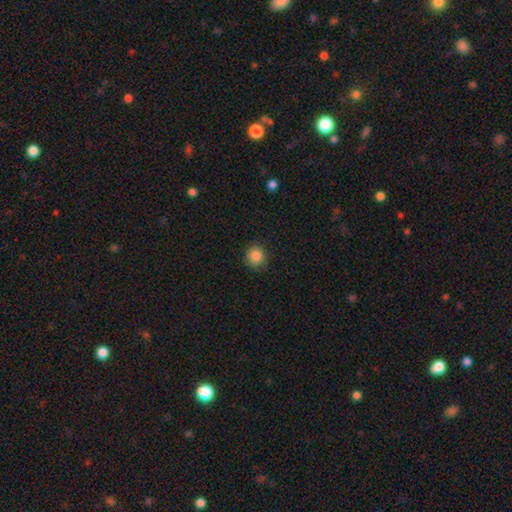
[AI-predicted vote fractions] A smooth galaxy with no disk features (86%) that is round (90%). Merging: none (89%).